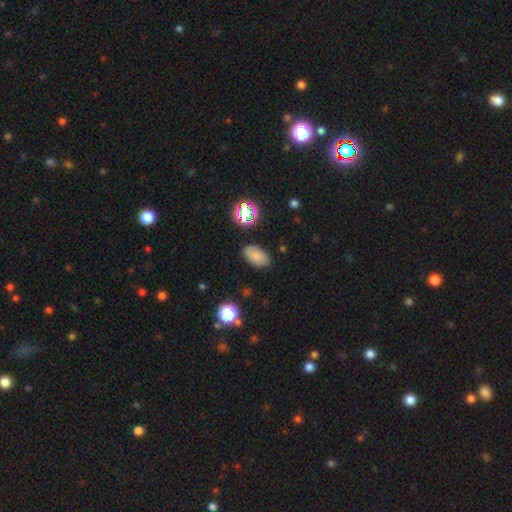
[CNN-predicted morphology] A smooth galaxy with no disk features (75%) that is in between round and cigar-shaped (91%).

Vote fractions:
- Smooth or featured? smooth: 75% / star or artifact: 14% / featured or disk: 11%
- How rounded? in between: 91% / round: 7% / cigar-shaped: 2%
- Merging? none: 82% / minor disturbance: 13% / major disturbance: 3% / merger: 2%